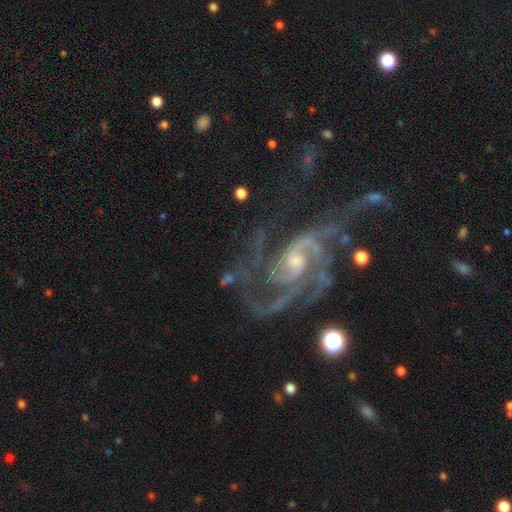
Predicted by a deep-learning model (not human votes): A featured or disk galaxy (90%) with a weak bar (43%), 2 (34%) medium (53%) spiral arms (98%) and a small central bulge (57%).

Vote fractions:
- Smooth or featured? featured or disk: 90% / star or artifact: 7% / smooth: 3%
- Edge-on disk? no: 97% / yes: 3%
- Bar? weak: 43% / no: 40% / strong: 18%
- Spiral arms? yes: 98% / no: 2%
- Spiral winding? medium: 53% / tight: 32% / loose: 15%
- Spiral arm count? 2: 34% / 3: 29% / can't tell: 13% / 4: 11% / 1: 7% / more than 4: 7%
- Bulge size? small: 57% / moderate: 35% / none: 4% / large: 3% / dominant: 1%
- Merging? none: 52% / major disturbance: 24% / minor disturbance: 19% / merger: 5%